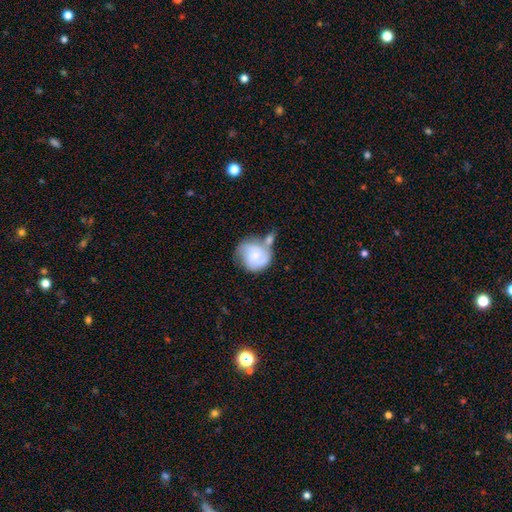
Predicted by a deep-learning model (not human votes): Smooth or featured: featured or disk — 54% (smooth — 39%)
Edge-on disk: no — 98% (yes — 2%)
Bar: no — 69% (weak — 27%)
Spiral arms: yes — 87% (no — 13%)
Bulge size: small — 54% (moderate — 27%)
Merging: none — 36% (merger — 32%)